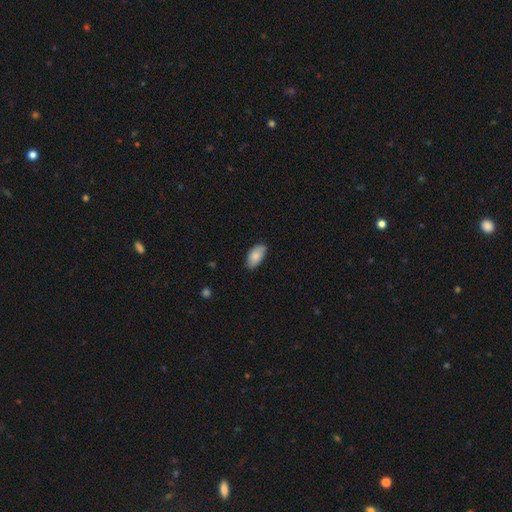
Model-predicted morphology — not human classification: Smooth or featured? smooth (84%)
How rounded? in between (94%)
Merging? none (81%)